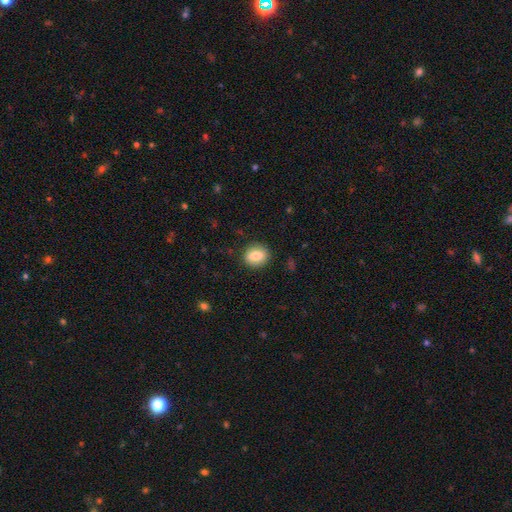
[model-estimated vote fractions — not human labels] Smooth or featured: smooth — 81% (featured or disk — 11%)
How rounded: round — 61% (in between — 38%)
Merging: none — 88% (minor disturbance — 8%)